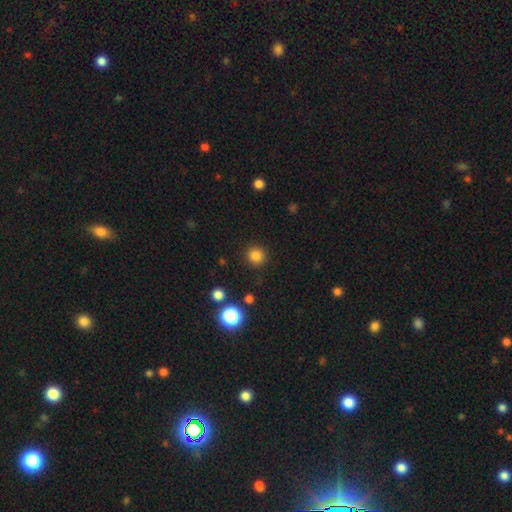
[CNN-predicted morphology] Q: Smooth or featured?
A: smooth (83%); runner-up: star or artifact (13%)
Q: How rounded?
A: round (94%); runner-up: in between (5%)
Q: Merging?
A: none (91%); runner-up: minor disturbance (6%)